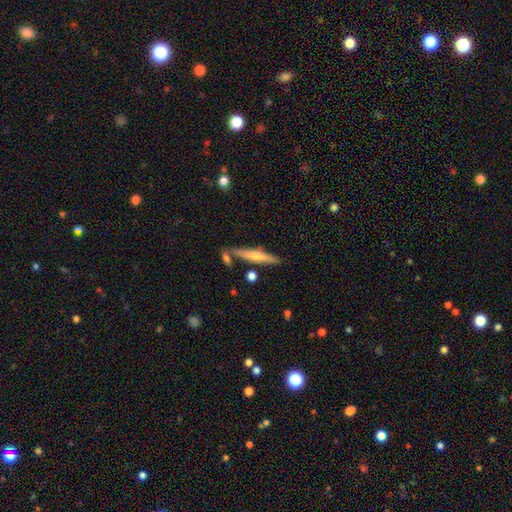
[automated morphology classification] Smooth or featured?
  - featured or disk: 51% *
  - smooth: 43%
  - star or artifact: 6%
Edge-on disk?
  - yes: 95% *
  - no: 5%
Merging?
  - none: 81% *
  - minor disturbance: 10%
  - merger: 8%
  - major disturbance: 2%